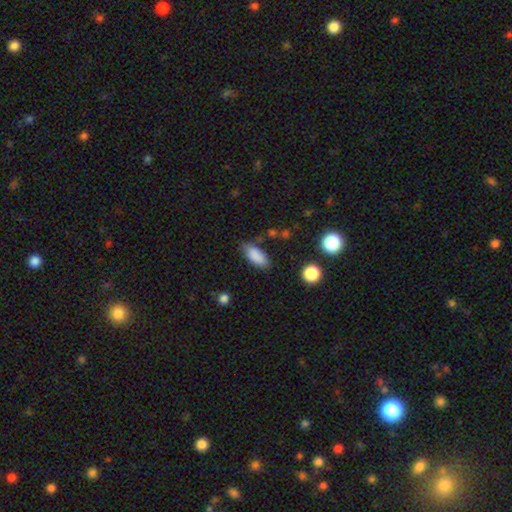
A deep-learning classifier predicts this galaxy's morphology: smooth_or_featured: smooth (p=0.86) [alt: star or artifact p=0.08]
how_rounded: in between (p=0.87) [alt: cigar-shaped p=0.10]
merging: none (p=0.75) [alt: minor disturbance p=0.19]